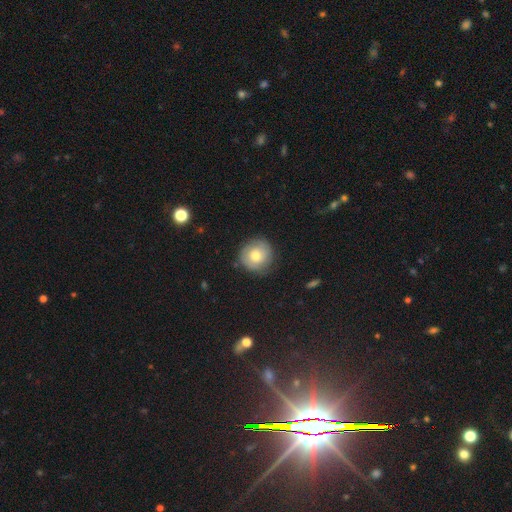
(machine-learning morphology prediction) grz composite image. It shows a smooth galaxy with no disk features (57%) that is round (91%). Merging: none (78%).